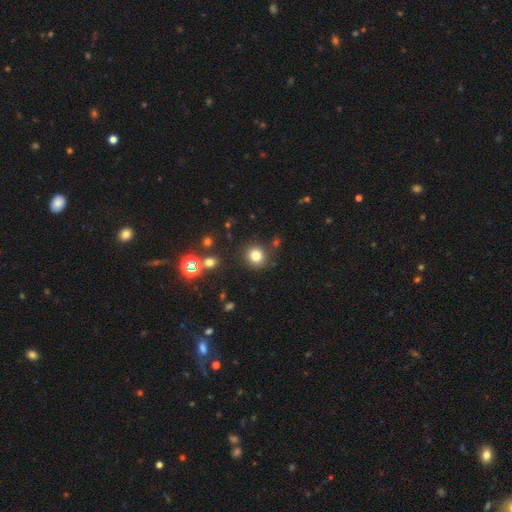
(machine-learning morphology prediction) smooth-or-featured: smooth: 79% | star or artifact: 14% | featured or disk: 7%
  how-rounded: round: 87% | in between: 12% | cigar-shaped: 1%
  merging: none: 85% | minor disturbance: 8% | merger: 4% | major disturbance: 3%